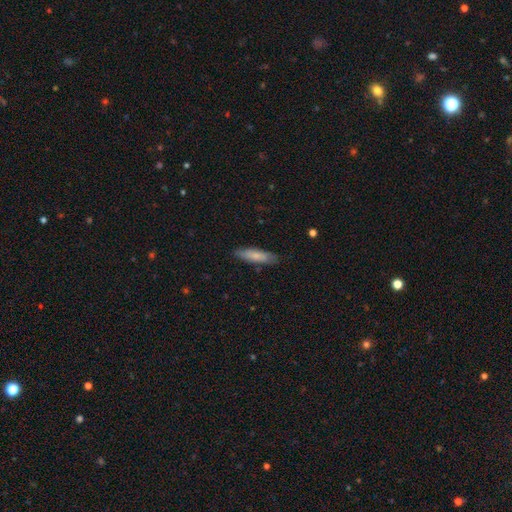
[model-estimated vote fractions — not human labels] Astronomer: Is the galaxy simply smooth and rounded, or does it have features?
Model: smooth — 75%.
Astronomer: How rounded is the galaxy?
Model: cigar-shaped — 69%.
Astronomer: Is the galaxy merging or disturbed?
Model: none — 84%.